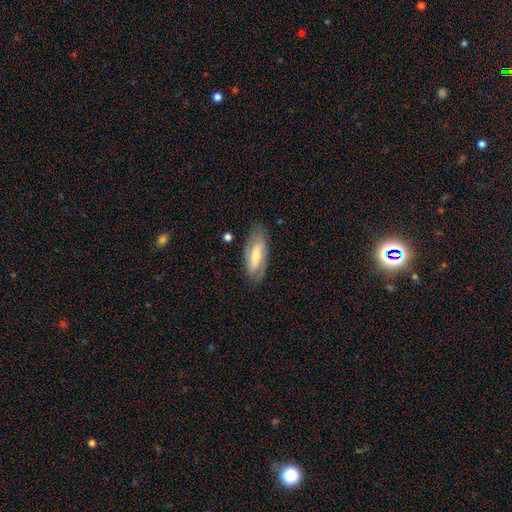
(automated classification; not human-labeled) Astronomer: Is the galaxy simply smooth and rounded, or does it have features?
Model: featured or disk — 53% (runner-up: smooth, 40%).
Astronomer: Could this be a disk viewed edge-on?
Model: no — 81%.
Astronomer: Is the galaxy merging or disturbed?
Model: none — 78%.